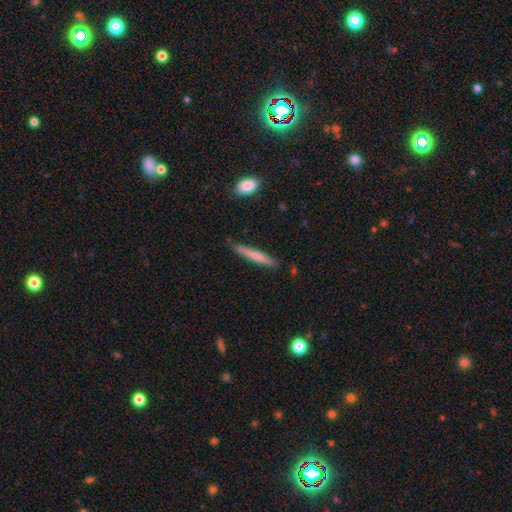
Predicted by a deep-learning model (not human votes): Morphology: type=smooth (65%); roundness=cigar-shaped (94%); merging=none (84%).